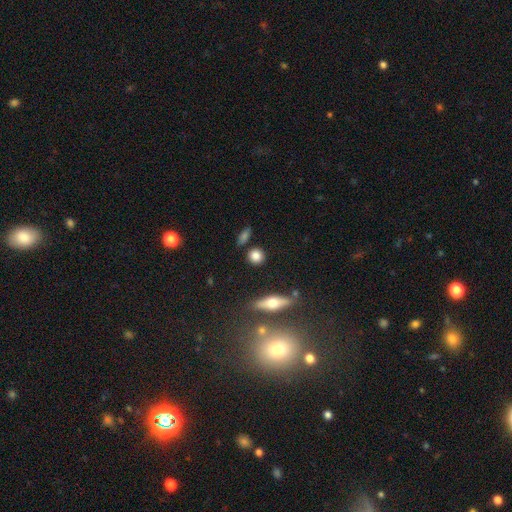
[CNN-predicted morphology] This appears to be a smooth galaxy with no disk features (82%) that is round (81%). Merging: none (83%).